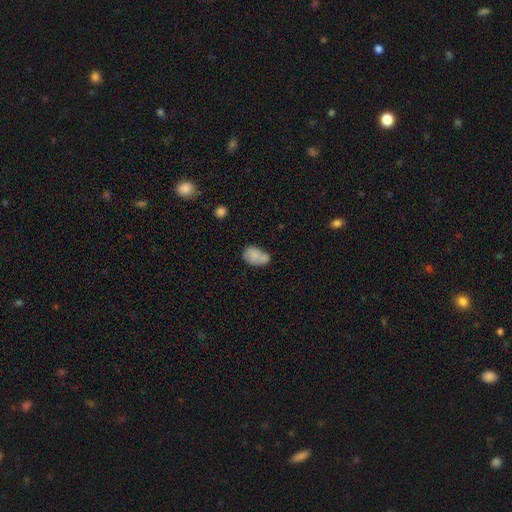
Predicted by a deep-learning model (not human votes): smooth-or-featured: smooth: 77% | featured or disk: 15% | star or artifact: 9%
  how-rounded: in between: 85% | round: 13% | cigar-shaped: 1%
  merging: none: 37% | minor disturbance: 33% | merger: 18% | major disturbance: 13%